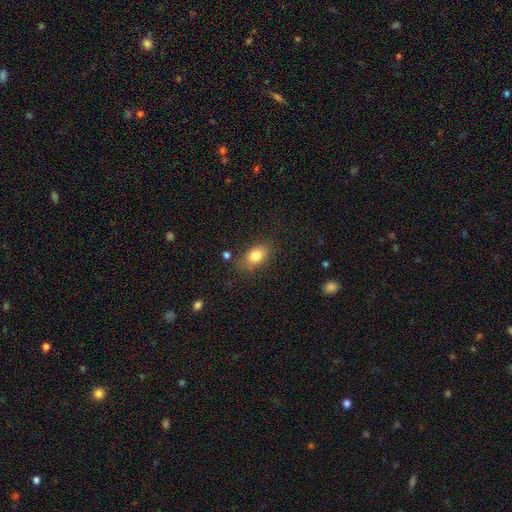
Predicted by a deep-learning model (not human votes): Smooth or featured? Predicted: smooth (p=0.80). How rounded? Predicted: in between (p=0.83). Merging? Predicted: none (p=0.75).